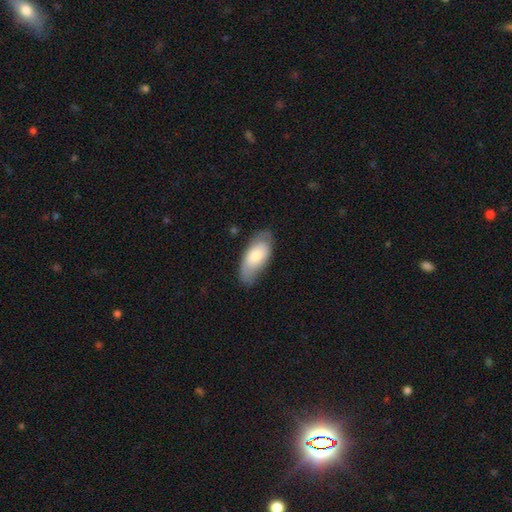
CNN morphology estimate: type=smooth (68%); roundness=in between (91%); merging=none (66%).